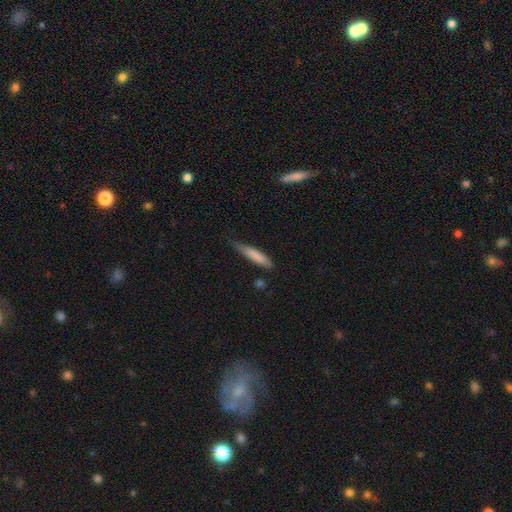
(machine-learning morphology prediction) The model was most divided on "merging": none: 64%, minor disturbance: 28%, major disturbance: 5%, merger: 2%. More confident: how rounded — cigar-shaped (88%); smooth or featured — smooth (78%).